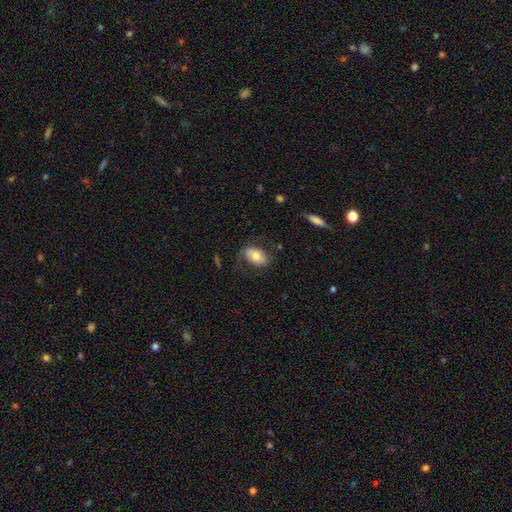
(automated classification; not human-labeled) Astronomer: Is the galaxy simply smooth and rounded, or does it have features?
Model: smooth — 63%.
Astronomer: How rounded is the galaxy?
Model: in between — 89%.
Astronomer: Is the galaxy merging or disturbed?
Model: none — 66%.